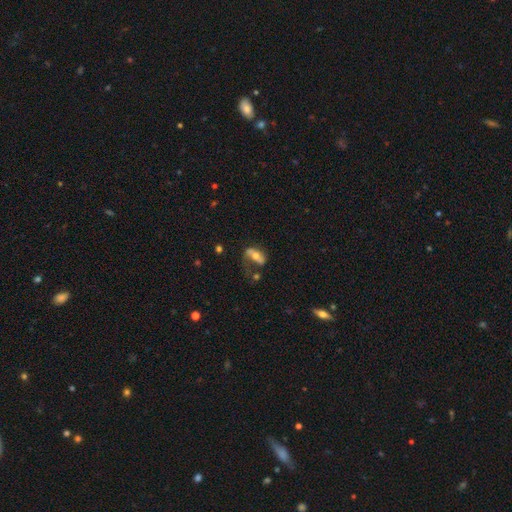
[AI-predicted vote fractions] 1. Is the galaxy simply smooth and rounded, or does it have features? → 51% featured or disk, 40% smooth, 9% star or artifact.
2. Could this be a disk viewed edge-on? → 86% no, 14% yes.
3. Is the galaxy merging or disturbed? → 34% major disturbance, 31% none, 20% minor disturbance, 15% merger.